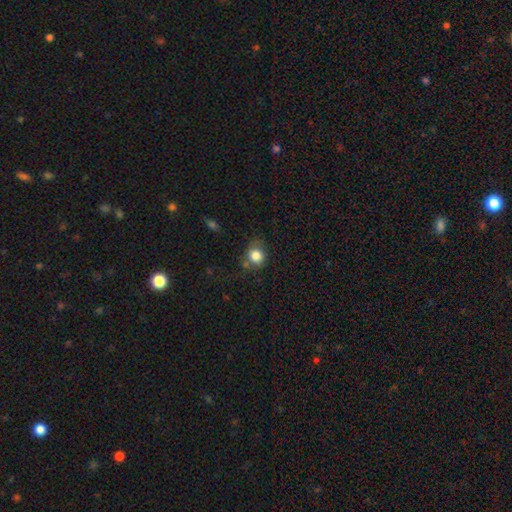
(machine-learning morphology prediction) Q: Smooth or featured?
A: smooth (83%); runner-up: star or artifact (10%)
Q: How rounded?
A: round (81%); runner-up: in between (18%)
Q: Merging?
A: none (65%); runner-up: minor disturbance (22%)